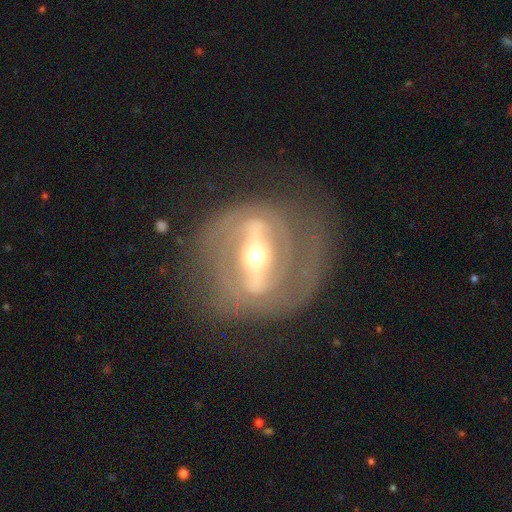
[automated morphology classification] type=featured or disk (84%); edge-on=no (87%); bar=strong (78%); spiral arms=yes (65%); bulge=moderate (52%); merging=none (66%).